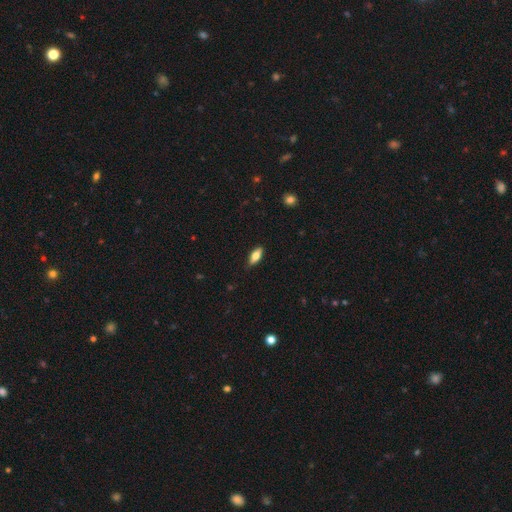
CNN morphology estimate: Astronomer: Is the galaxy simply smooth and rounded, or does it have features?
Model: smooth — 69%.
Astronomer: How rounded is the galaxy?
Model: in between — 72%.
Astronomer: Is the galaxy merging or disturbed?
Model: none — 84%.